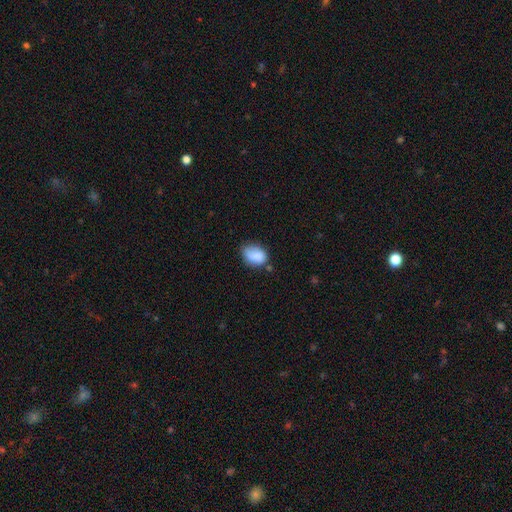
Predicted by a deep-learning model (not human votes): Morphology: type=smooth (84%); roundness=in between (76%); merging=none (53%).